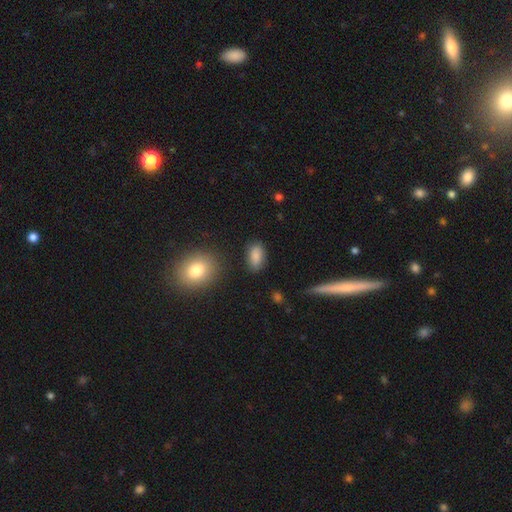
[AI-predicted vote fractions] Q: Smooth or featured?
A: smooth (87%); runner-up: star or artifact (8%)
Q: How rounded?
A: in between (92%); runner-up: round (5%)
Q: Merging?
A: none (82%); runner-up: minor disturbance (13%)